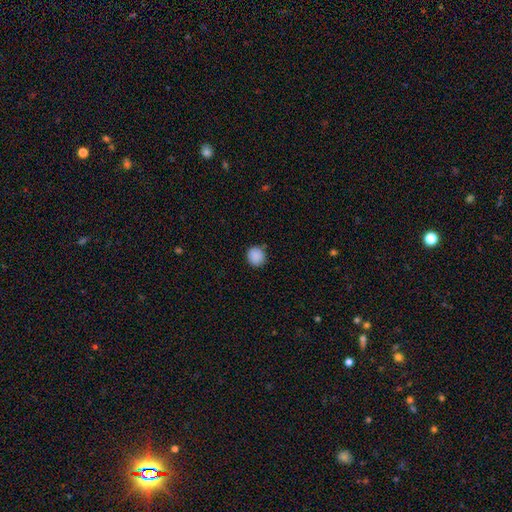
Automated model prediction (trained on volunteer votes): Smooth or featured: smooth — 89% (star or artifact — 9%)
How rounded: round — 88% (in between — 11%)
Merging: none — 85% (minor disturbance — 10%)